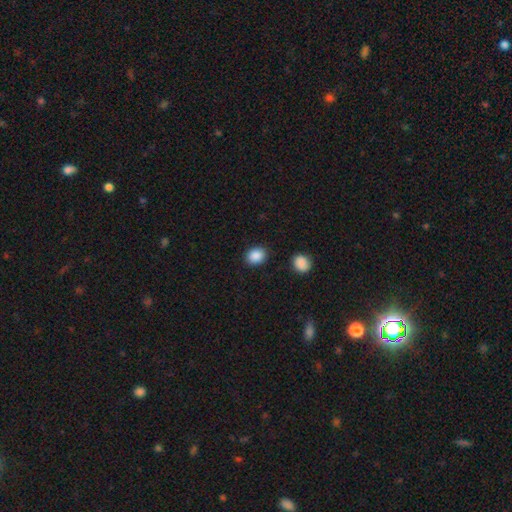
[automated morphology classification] This is clearly a smooth galaxy (88%). How rounded: possibly round (55%). Merging: clearly none (87%).